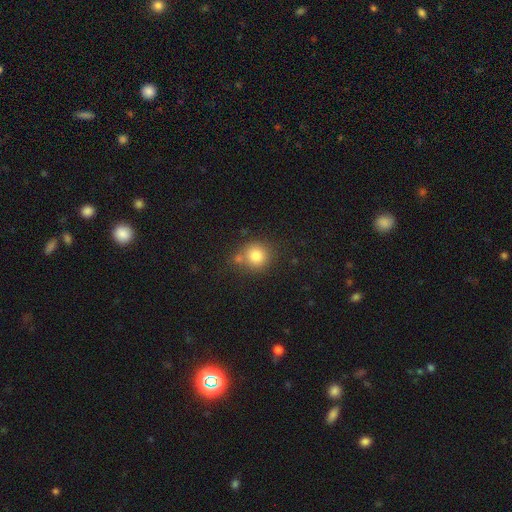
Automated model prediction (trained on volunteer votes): The model was most divided on "merging": none: 64%, merger: 19%, minor disturbance: 13%, major disturbance: 4%. More confident: how rounded — round (89%); smooth or featured — smooth (81%).